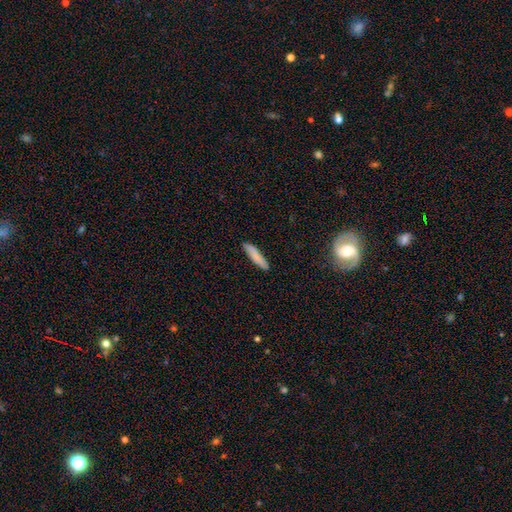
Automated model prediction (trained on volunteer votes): smooth 81%, featured or disk 12%, star or artifact 6%. Down the decision tree: how rounded — cigar-shaped (85%); merging — none (88%).